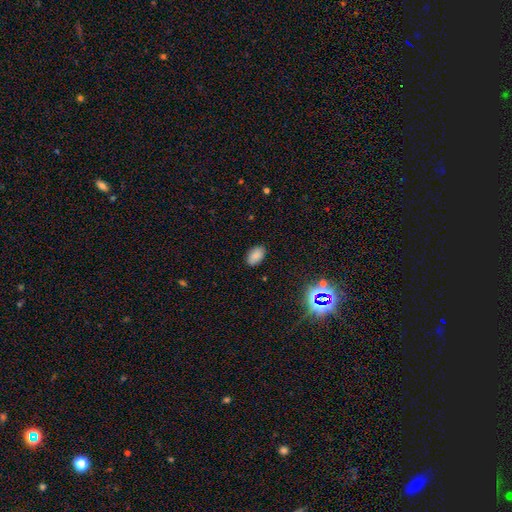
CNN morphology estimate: smooth-or-featured: smooth: 81% | star or artifact: 13% | featured or disk: 6%
  how-rounded: in between: 91% | round: 7% | cigar-shaped: 1%
  merging: none: 85% | minor disturbance: 11% | major disturbance: 3% | merger: 1%